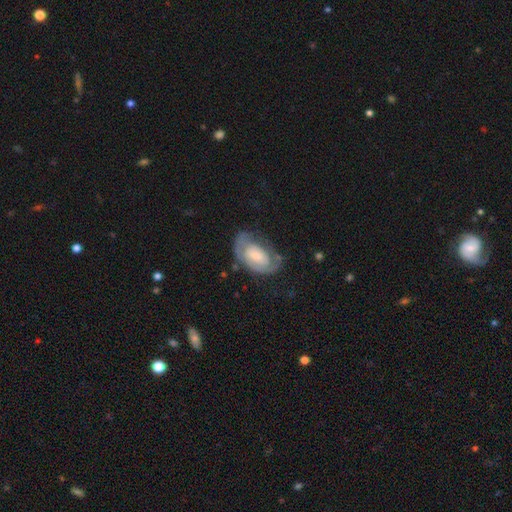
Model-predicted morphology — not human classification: featured or disk 61%, smooth 33%, star or artifact 6%. Down the decision tree: edge-on disk — no (95%); bar — no (64%); spiral arms — yes (72%); bulge size — large (28%, tied with moderate); merging — none (51%).